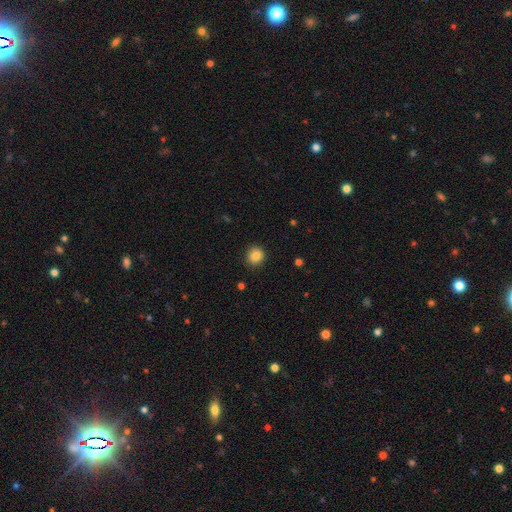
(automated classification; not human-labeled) A smooth galaxy with no disk features (86%) that is round (86%). Merging: none (88%).